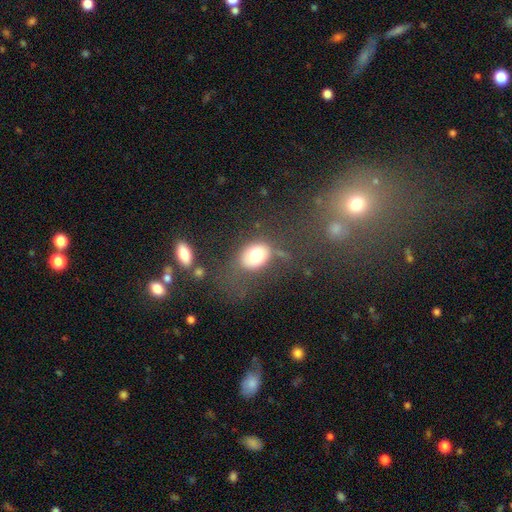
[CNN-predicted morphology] smooth_or_featured: smooth (p=0.76) [alt: featured or disk p=0.15]
how_rounded: in between (p=0.72) [alt: round p=0.27]
merging: none (p=0.56) [alt: minor disturbance p=0.20]